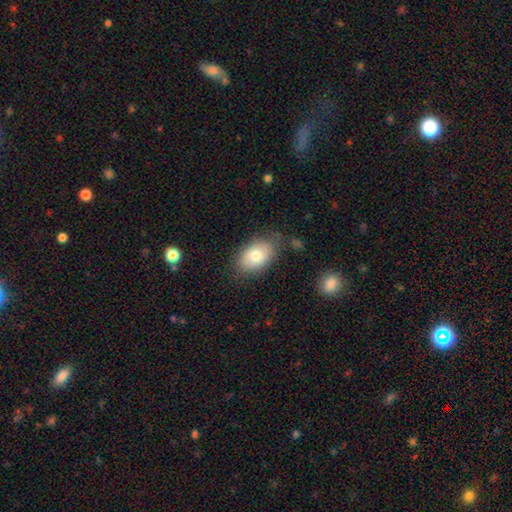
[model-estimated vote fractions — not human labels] A smooth galaxy with no disk features (76%) that is in between round and cigar-shaped (87%).

Vote fractions:
- Smooth or featured? smooth: 76% / featured or disk: 16% / star or artifact: 7%
- How rounded? in between: 87% / round: 11% / cigar-shaped: 1%
- Merging? none: 73% / minor disturbance: 19% / major disturbance: 6% / merger: 3%